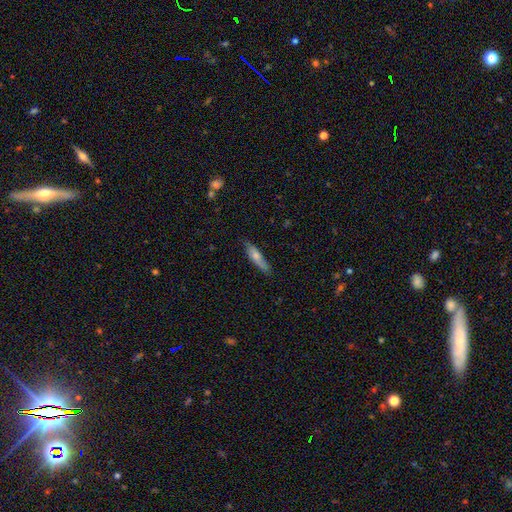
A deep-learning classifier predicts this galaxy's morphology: This is possibly a smooth galaxy (54%). How rounded: clearly cigar-shaped (81%). Merging: clearly none (81%).